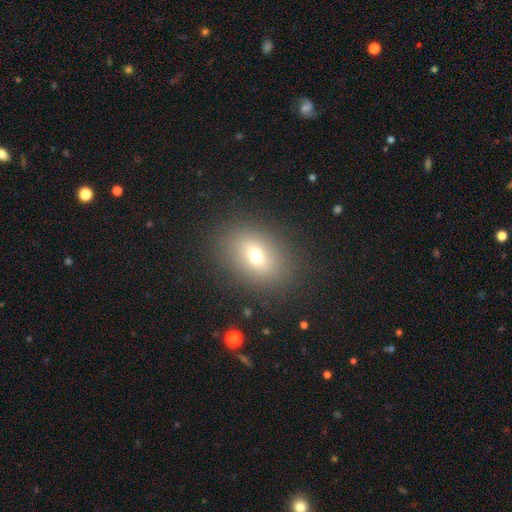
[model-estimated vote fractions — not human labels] A smooth galaxy with no disk features (67%) that is in between round and cigar-shaped (68%).

Vote fractions:
- Smooth or featured? smooth: 67% / featured or disk: 17% / star or artifact: 15%
- How rounded? in between: 68% / round: 31% / cigar-shaped: 2%
- Merging? none: 85% / minor disturbance: 9% / major disturbance: 5% / merger: 1%